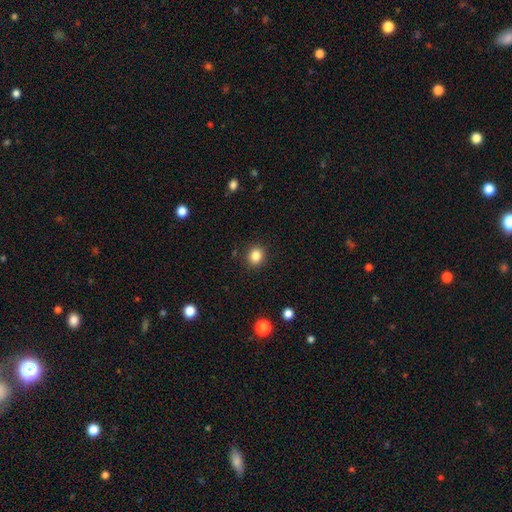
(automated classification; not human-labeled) smooth_or_featured: smooth (p=0.85) [alt: star or artifact p=0.11]
how_rounded: round (p=0.79) [alt: in between p=0.21]
merging: none (p=0.90) [alt: minor disturbance p=0.06]